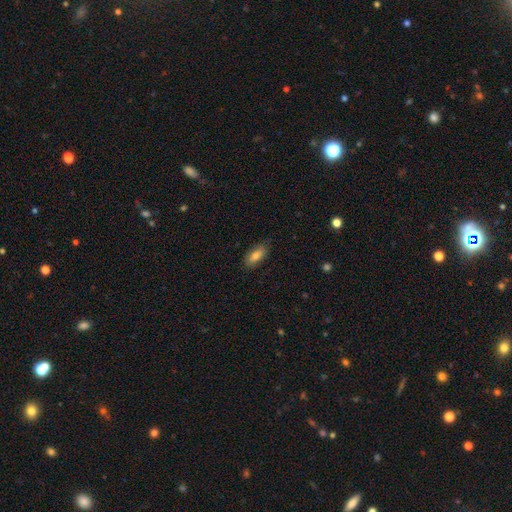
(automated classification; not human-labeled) Overall: smooth (76%). How rounded: in between (85%). Merging: none (81%).